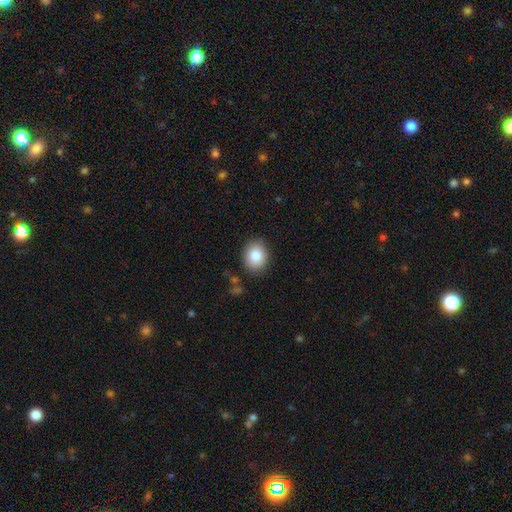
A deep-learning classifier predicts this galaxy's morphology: Smooth or featured? Predicted: smooth (p=0.84). How rounded? Predicted: round (p=0.53). Merging? Predicted: none (p=0.87).